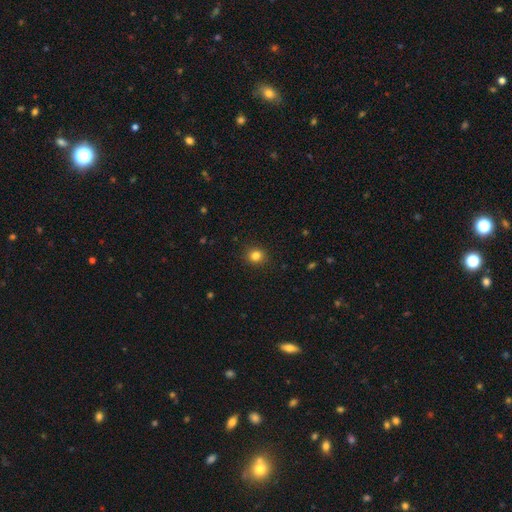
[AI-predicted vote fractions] Morphology: type=smooth (82%); roundness=round (86%); merging=none (91%).